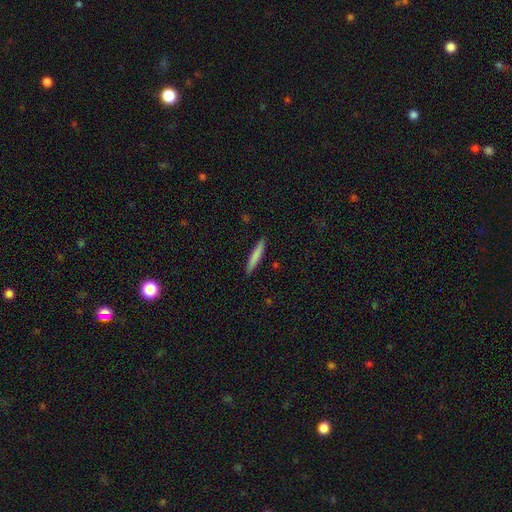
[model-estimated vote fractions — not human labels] smooth 79%, featured or disk 15%, star or artifact 6%. Down the decision tree: how rounded — cigar-shaped (93%); merging — none (90%).